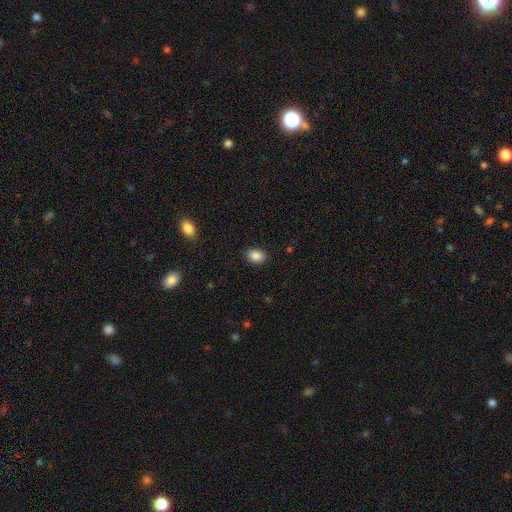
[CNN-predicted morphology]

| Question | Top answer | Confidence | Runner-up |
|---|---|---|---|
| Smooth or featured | smooth | 87% | star or artifact (9%) |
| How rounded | in between | 68% | round (31%) |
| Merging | none | 88% | minor disturbance (9%) |